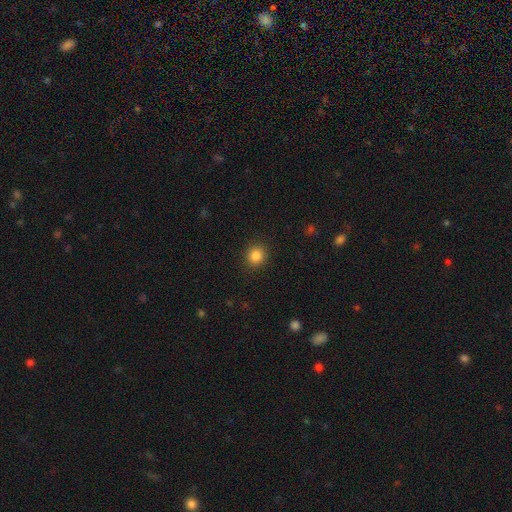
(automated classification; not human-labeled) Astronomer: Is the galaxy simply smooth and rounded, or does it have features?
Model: smooth — 86%.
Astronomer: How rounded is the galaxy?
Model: round — 88%.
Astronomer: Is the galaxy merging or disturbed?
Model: none — 90%.